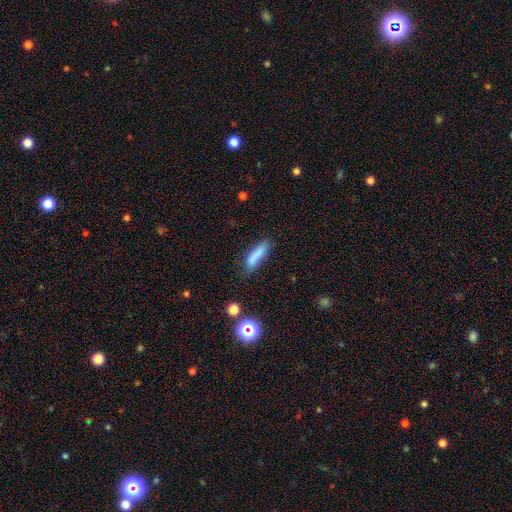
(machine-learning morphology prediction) Smooth or featured? Predicted: smooth (p=0.80). How rounded? Predicted: cigar-shaped (p=0.65). Merging? Predicted: none (p=0.64).